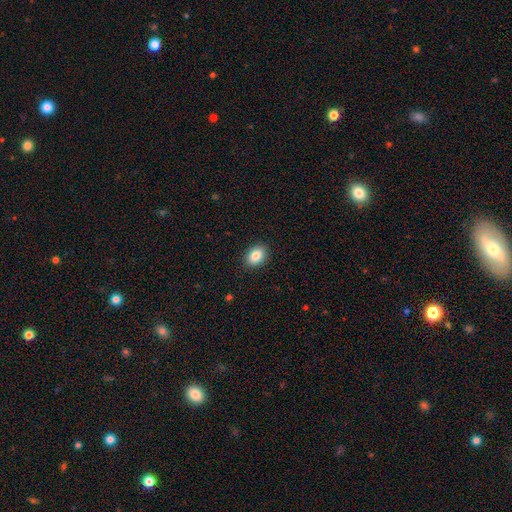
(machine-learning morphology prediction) A smooth galaxy with no disk features (85%) that is in between round and cigar-shaped (72%).

Vote fractions:
- Smooth or featured? smooth: 85% / star or artifact: 8% / featured or disk: 6%
- How rounded? in between: 72% / round: 27% / cigar-shaped: 1%
- Merging? none: 90% / minor disturbance: 7% / major disturbance: 2% / merger: 1%